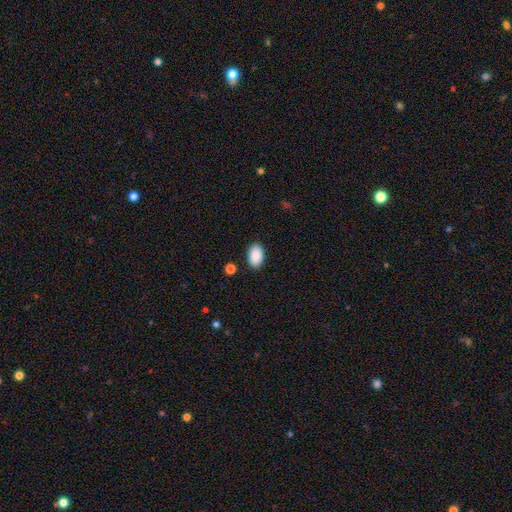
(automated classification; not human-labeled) smooth-or-featured: smooth: 90% | star or artifact: 7% | featured or disk: 3%
  how-rounded: in between: 92% | round: 7% | cigar-shaped: 1%
  merging: none: 87% | minor disturbance: 9% | major disturbance: 2% | merger: 2%